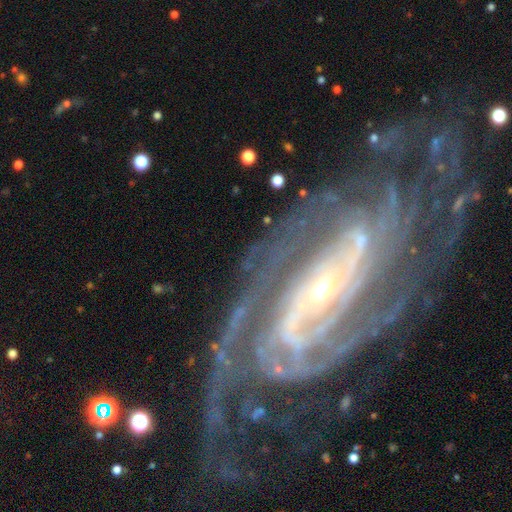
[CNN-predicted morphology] smooth-or-featured: featured or disk: 90% | star or artifact: 6% | smooth: 4%
  disk-edge-on: no: 96% | yes: 4%
    bar: no: 40% | strong: 30% | weak: 29%
    has-spiral-arms: yes: 97% | no: 3%
      spiral-winding: tight: 59% | medium: 32% | loose: 9%
      spiral-arm-count: 2: 31% | 3: 19% | can't tell: 19% | 4: 13% | more than 4: 10% | 1: 9%
    bulge-size: small: 67% | moderate: 28% | large: 2% | none: 1% | dominant: 1%
  merging: none: 62% | minor disturbance: 18% | major disturbance: 15% | merger: 4%